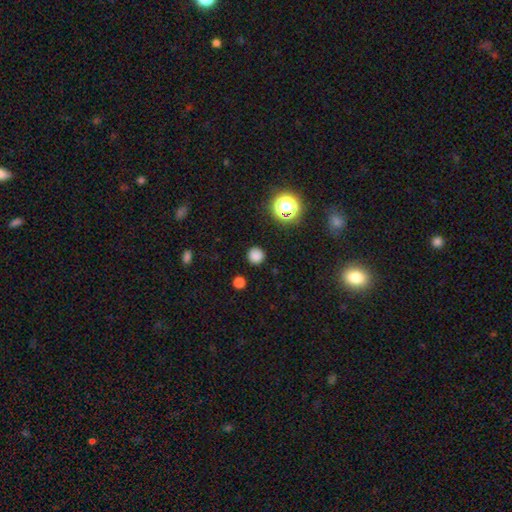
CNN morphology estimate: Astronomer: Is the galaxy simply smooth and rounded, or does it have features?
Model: smooth — 80%.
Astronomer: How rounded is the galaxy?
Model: round — 94%.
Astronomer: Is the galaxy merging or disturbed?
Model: none — 90%.